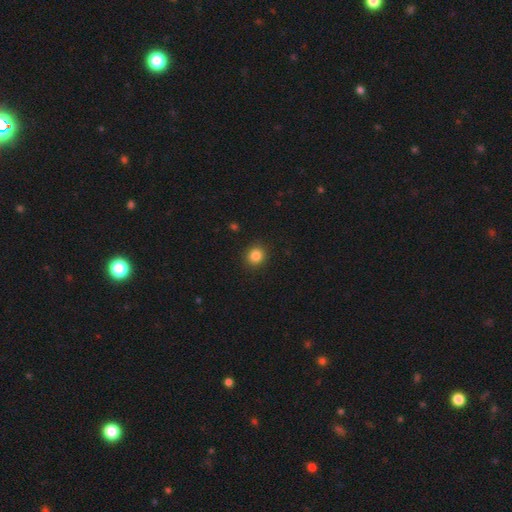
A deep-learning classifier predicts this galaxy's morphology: smooth_or_featured: smooth (p=0.84) [alt: star or artifact p=0.11]
how_rounded: round (p=0.87) [alt: in between p=0.12]
merging: none (p=0.91) [alt: minor disturbance p=0.06]